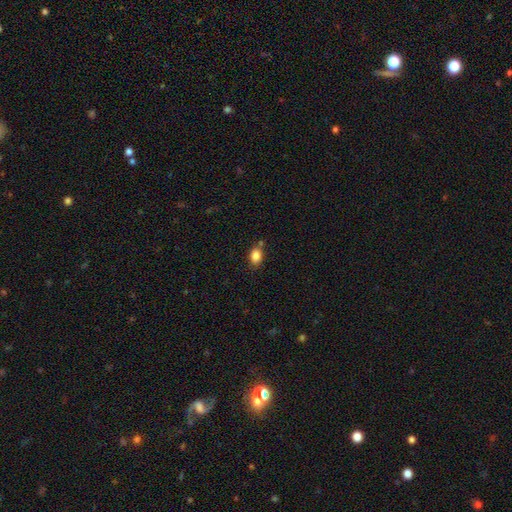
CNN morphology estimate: Smooth or featured? smooth (85%)
How rounded? in between (74%)
Merging? none (74%)